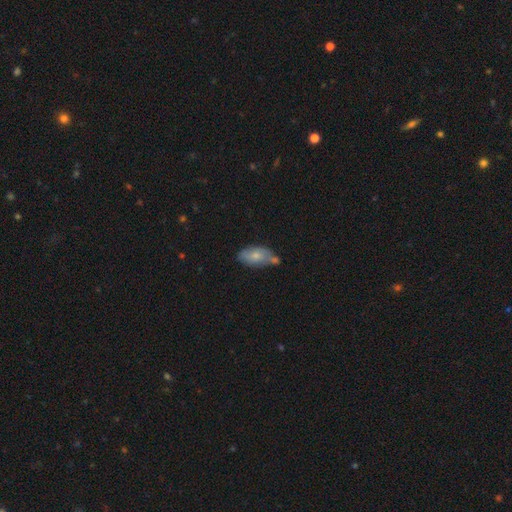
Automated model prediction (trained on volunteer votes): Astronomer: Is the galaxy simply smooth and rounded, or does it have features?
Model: smooth — 66%.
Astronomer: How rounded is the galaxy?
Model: in between — 91%.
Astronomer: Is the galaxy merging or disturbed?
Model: none — 43% (runner-up: minor disturbance, 26%).